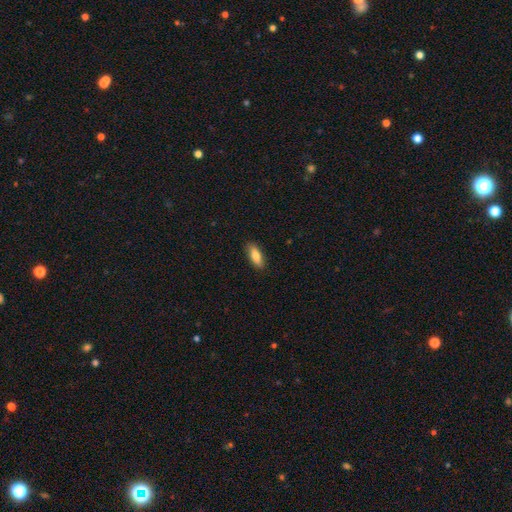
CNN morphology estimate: Smooth or featured? Predicted: smooth (p=0.80). How rounded? Predicted: in between (p=0.72). Merging? Predicted: none (p=0.87).